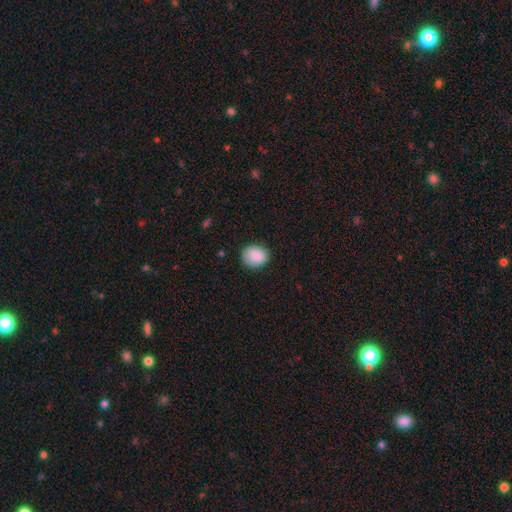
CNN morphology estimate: smooth_or_featured: smooth (p=0.87) [alt: star or artifact p=0.07]
how_rounded: round (p=0.68) [alt: in between p=0.31]
merging: none (p=0.83) [alt: minor disturbance p=0.13]